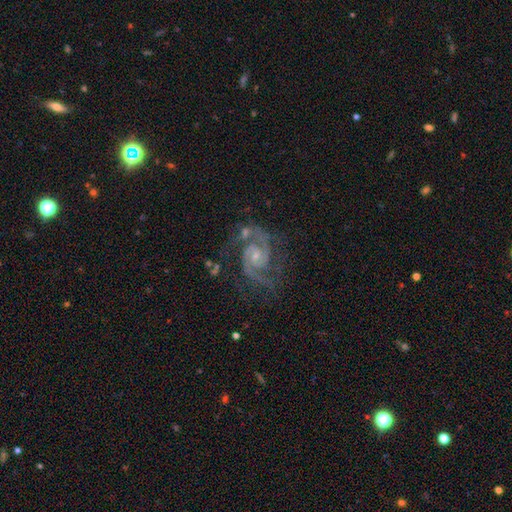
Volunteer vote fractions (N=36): Smooth or featured? 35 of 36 (97%) said featured or disk. Edge-on disk? 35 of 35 (100%) said no. Bar? 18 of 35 (51%) said no. Spiral arms? 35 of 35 (100%) said yes. Spiral winding? 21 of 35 (60%) said medium. Spiral arm count? 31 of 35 (89%) said 2. Bulge size? 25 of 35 (71%) said small. Merging? 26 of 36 (72%) said none.